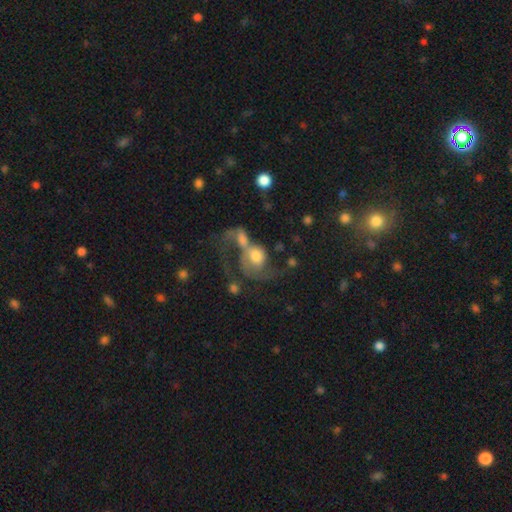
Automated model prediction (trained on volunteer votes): smooth_or_featured: featured or disk (p=0.52) [alt: smooth p=0.38]
disk_edge_on: no (p=0.97) [alt: yes p=0.03]
bar: no (p=0.76) [alt: weak p=0.20]
has_spiral_arms: yes (p=0.70) [alt: no p=0.30]
bulge_size: moderate (p=0.53) [alt: large p=0.25]
merging: merger (p=0.53) [alt: major disturbance p=0.22]